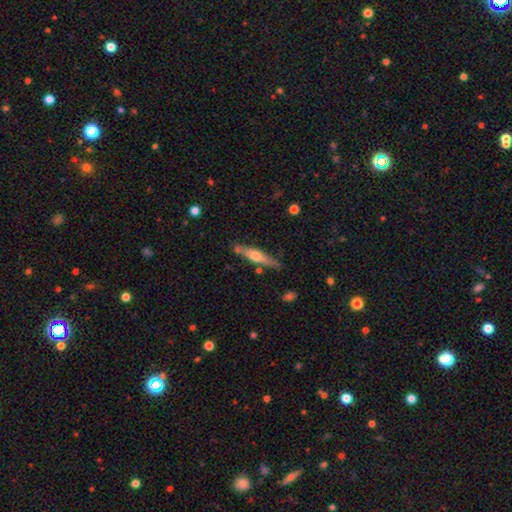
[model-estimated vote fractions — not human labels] Q: Smooth or featured?
A: featured or disk (55%); runner-up: smooth (39%)
Q: Edge-on disk?
A: yes (92%); runner-up: no (8%)
Q: Edge-on bulge?
A: rounded (89%); runner-up: none (6%)
Q: Merging?
A: none (76%); runner-up: minor disturbance (15%)